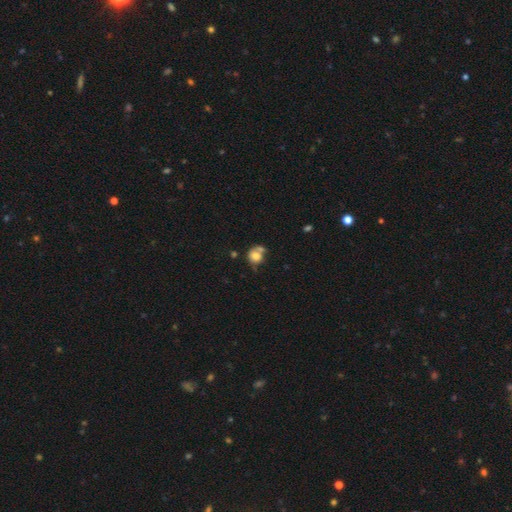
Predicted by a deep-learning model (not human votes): This appears to be a smooth galaxy with no disk features (75%) that is round (70%). Merging: none (39%).